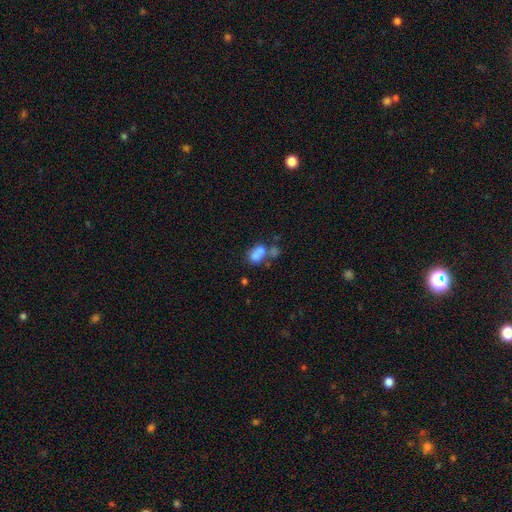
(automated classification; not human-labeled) smooth 68%, featured or disk 20%, star or artifact 12%. Down the decision tree: how rounded — in between (78%); merging — merger (53%).